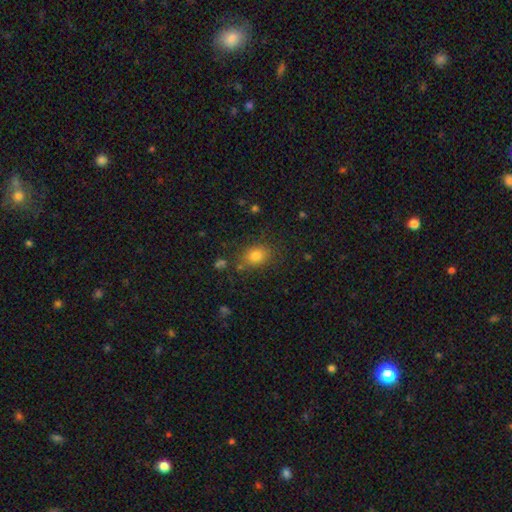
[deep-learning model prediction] Smooth or featured? smooth (80%)
How rounded? in between (57%)
Merging? none (78%)